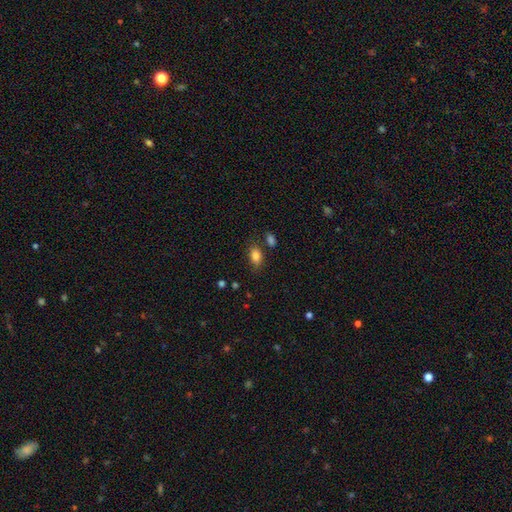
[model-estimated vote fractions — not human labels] Q: Smooth or featured?
A: smooth (83%); runner-up: star or artifact (9%)
Q: How rounded?
A: in between (86%); runner-up: round (11%)
Q: Merging?
A: none (73%); runner-up: minor disturbance (16%)